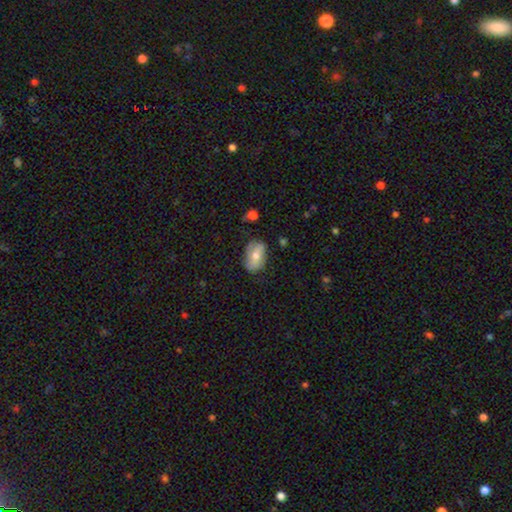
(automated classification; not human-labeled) Overall: smooth (60%; featured or disk 32%). How rounded: in between (87%). Merging: none (65%; minor disturbance 26%).